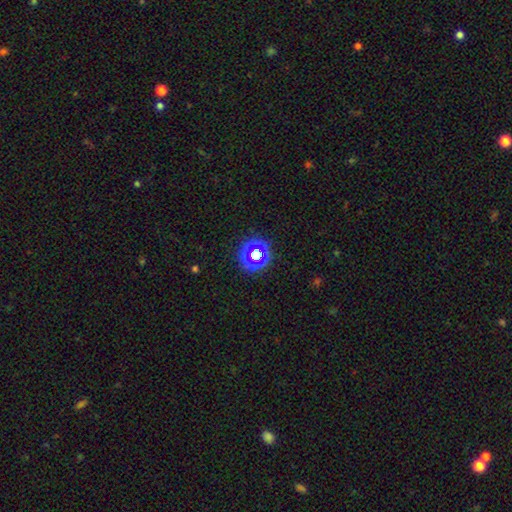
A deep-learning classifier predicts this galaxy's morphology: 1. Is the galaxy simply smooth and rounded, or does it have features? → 58% star or artifact, 30% smooth, 12% featured or disk.